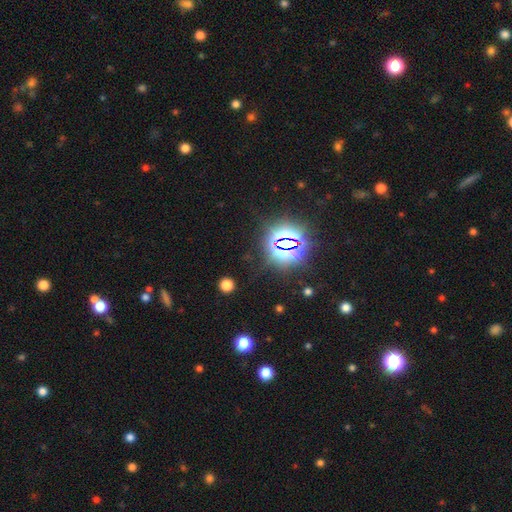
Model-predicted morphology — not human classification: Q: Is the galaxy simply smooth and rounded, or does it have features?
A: star or artifact — 82%.